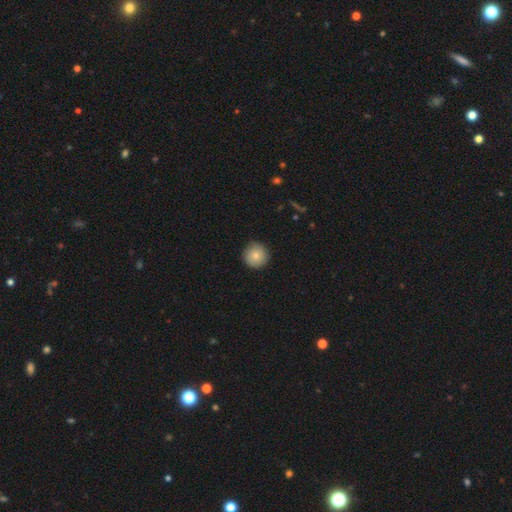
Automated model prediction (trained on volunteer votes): Morphology: type=smooth (82%); roundness=round (95%); merging=none (89%).